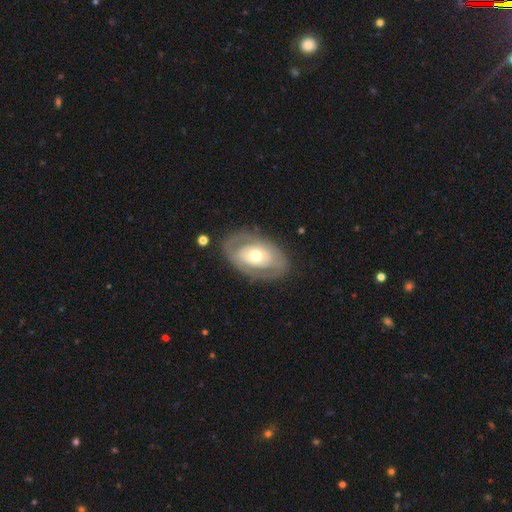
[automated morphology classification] Q: Smooth or featured?
A: featured or disk (57%); runner-up: smooth (37%)
Q: Edge-on disk?
A: no (91%); runner-up: yes (9%)
Q: Bar?
A: no (82%); runner-up: weak (13%)
Q: Spiral arms?
A: no (72%); runner-up: yes (28%)
Q: Bulge size?
A: moderate (63%); runner-up: small (26%)
Q: Merging?
A: none (77%); runner-up: minor disturbance (15%)